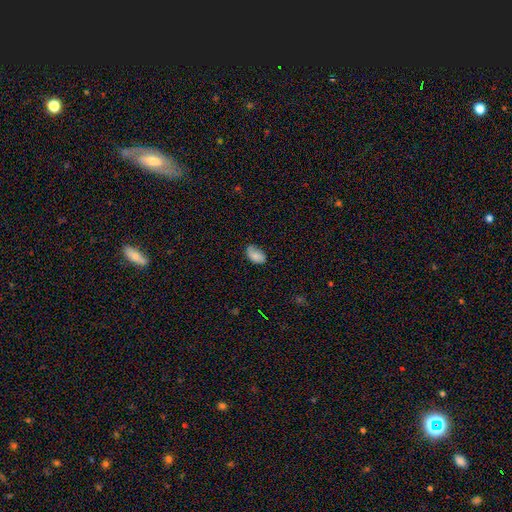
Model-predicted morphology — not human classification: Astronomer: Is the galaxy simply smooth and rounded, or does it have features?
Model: smooth — 78%.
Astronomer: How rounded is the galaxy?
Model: in between — 91%.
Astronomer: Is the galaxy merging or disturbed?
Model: none — 61%.